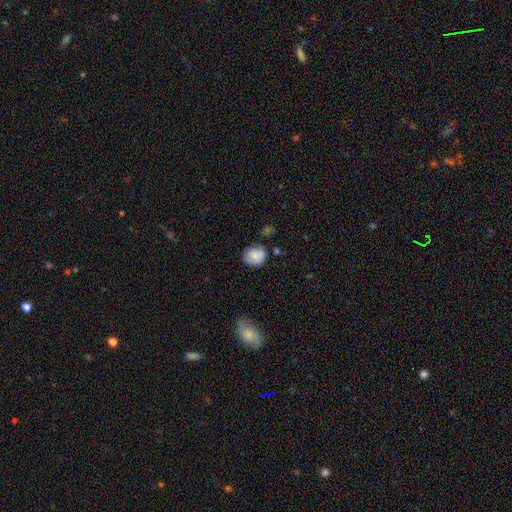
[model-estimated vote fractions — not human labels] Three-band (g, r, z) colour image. It shows a smooth galaxy with no disk features (77%) that is round (55%). Merging: none (65%).